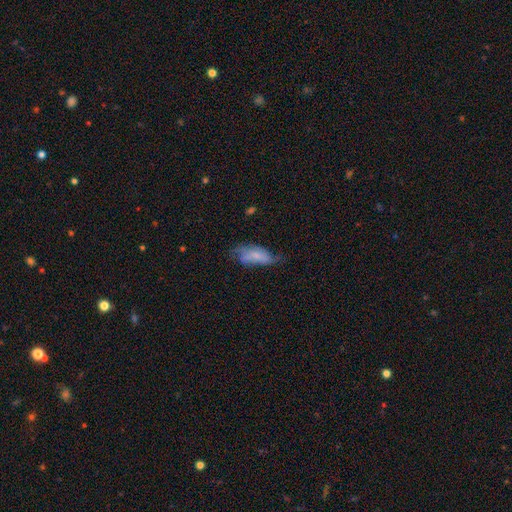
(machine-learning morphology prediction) This is possibly a smooth galaxy (59%). How rounded: likely in between (79%). Merging: marginally none (37%).